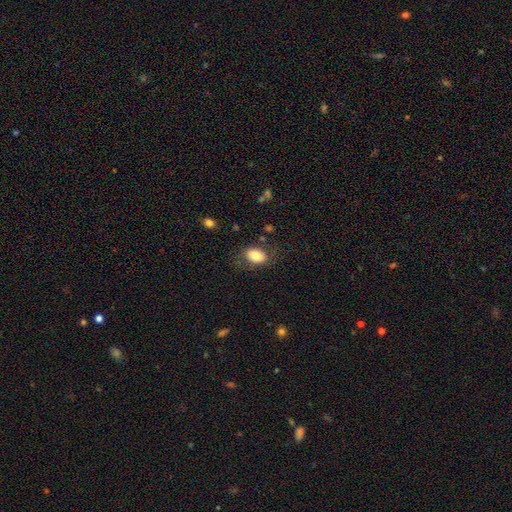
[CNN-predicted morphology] smooth_or_featured: smooth (p=0.79) [alt: featured or disk p=0.13]
how_rounded: in between (p=0.77) [alt: round p=0.22]
merging: none (p=0.73) [alt: minor disturbance p=0.17]